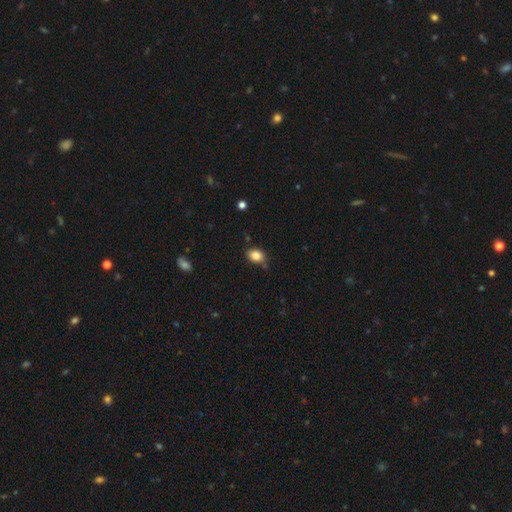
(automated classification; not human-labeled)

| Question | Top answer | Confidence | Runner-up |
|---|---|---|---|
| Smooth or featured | smooth | 85% | star or artifact (9%) |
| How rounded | in between | 73% | round (26%) |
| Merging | none | 78% | minor disturbance (16%) |